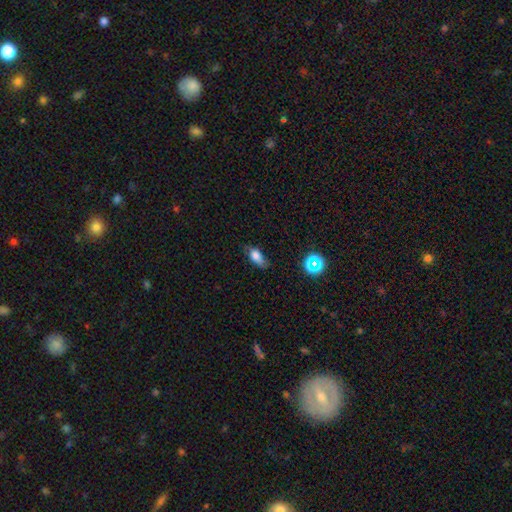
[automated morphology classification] This is likely a smooth galaxy (72%). How rounded: likely in between (80%). Merging: possibly none (58%).